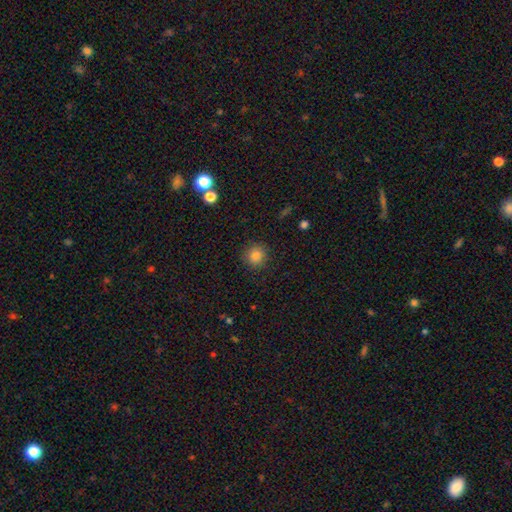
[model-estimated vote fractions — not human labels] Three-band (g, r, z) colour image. It shows a smooth galaxy with no disk features (82%) that is round (91%). Merging: none (90%).